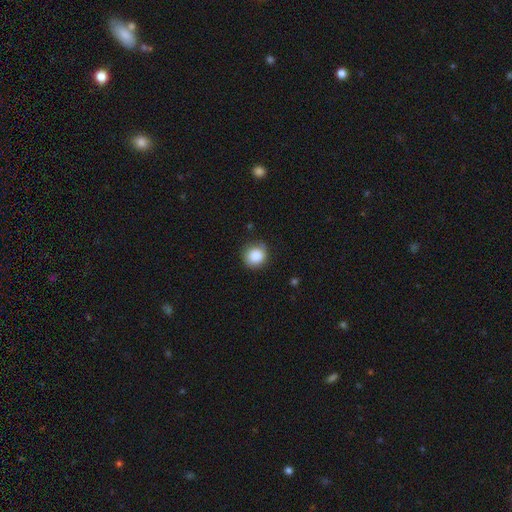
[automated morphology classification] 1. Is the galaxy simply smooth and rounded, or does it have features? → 88% smooth, 8% star or artifact, 4% featured or disk.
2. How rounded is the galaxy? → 88% round, 11% in between, 1% cigar-shaped.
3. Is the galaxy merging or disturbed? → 78% none, 17% minor disturbance, 4% major disturbance, 1% merger.